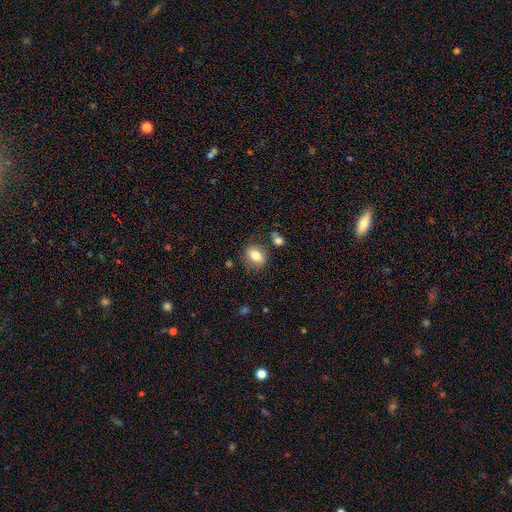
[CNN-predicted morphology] smooth 77%, featured or disk 15%, star or artifact 9%. Down the decision tree: how rounded — in between (61%); merging — none (75%).